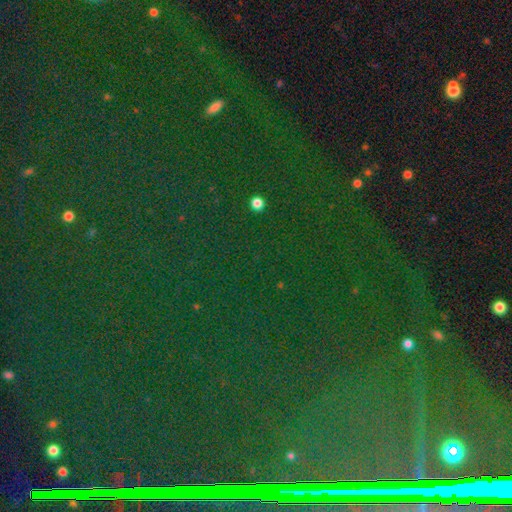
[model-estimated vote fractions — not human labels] Smooth or featured?
  - star or artifact: 82% *
  - smooth: 9%
  - featured or disk: 8%